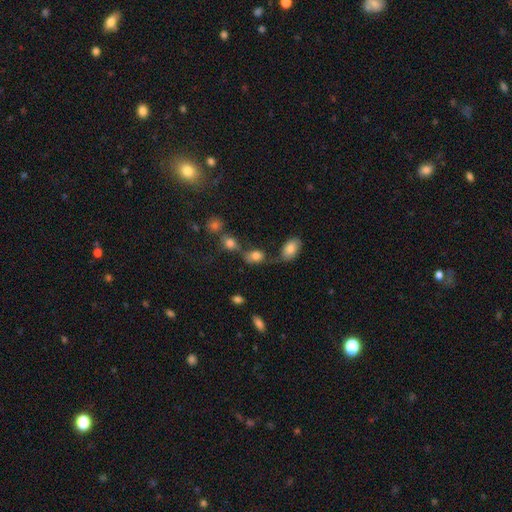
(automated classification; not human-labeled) Morphology: type=smooth (76%); roundness=in between (71%); merging=none (41%).